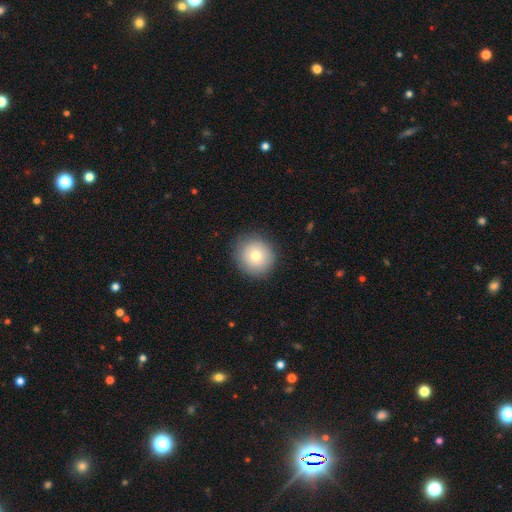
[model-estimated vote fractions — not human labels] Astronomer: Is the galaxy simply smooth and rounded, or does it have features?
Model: smooth — 75%.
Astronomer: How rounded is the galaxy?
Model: round — 90%.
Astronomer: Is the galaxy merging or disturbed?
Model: none — 86%.